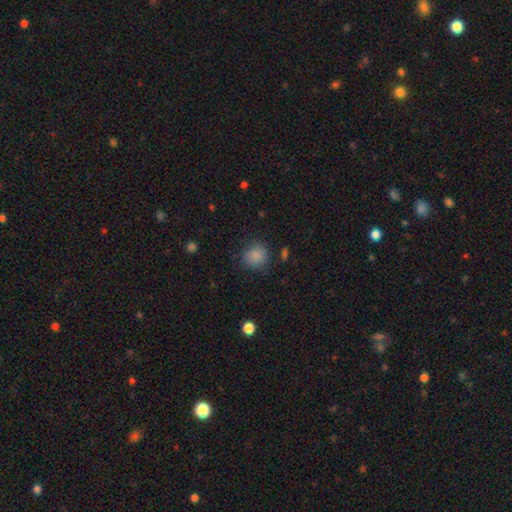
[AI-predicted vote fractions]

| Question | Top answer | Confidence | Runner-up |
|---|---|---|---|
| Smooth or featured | smooth | 84% | star or artifact (10%) |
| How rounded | round | 82% | in between (17%) |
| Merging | none | 74% | minor disturbance (18%) |